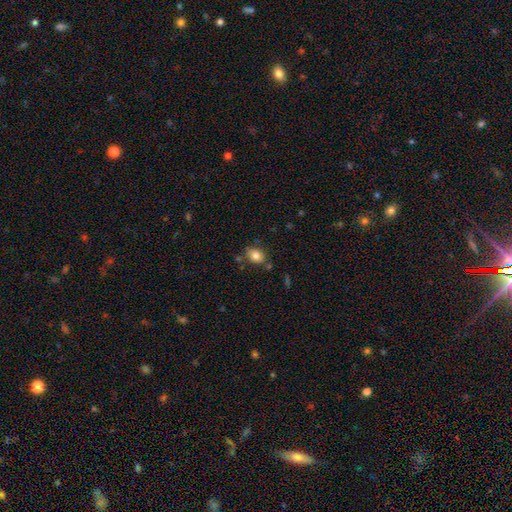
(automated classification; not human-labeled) The model was most divided on "how rounded": in between: 59%, round: 40%, cigar-shaped: 1%. More confident: smooth or featured — smooth (81%); merging — none (74%).